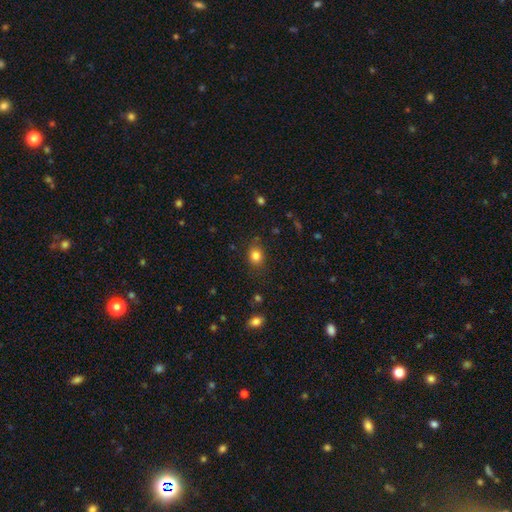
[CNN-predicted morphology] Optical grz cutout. It shows a smooth galaxy with no disk features (82%) that is in between round and cigar-shaped (50%). Merging: none (79%).